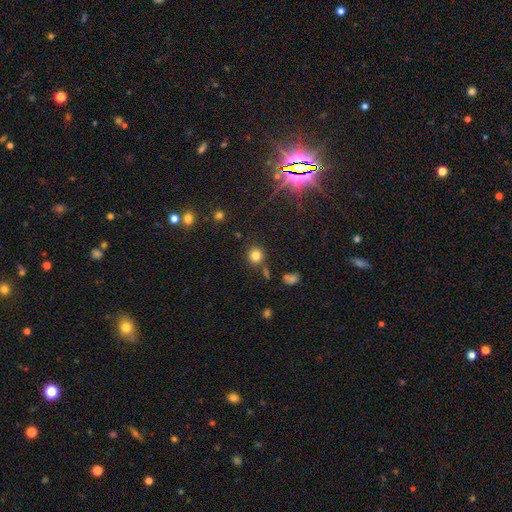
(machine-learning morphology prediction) Smooth or featured? Predicted: smooth (p=0.80). How rounded? Predicted: round (p=0.87). Merging? Predicted: none (p=0.80).